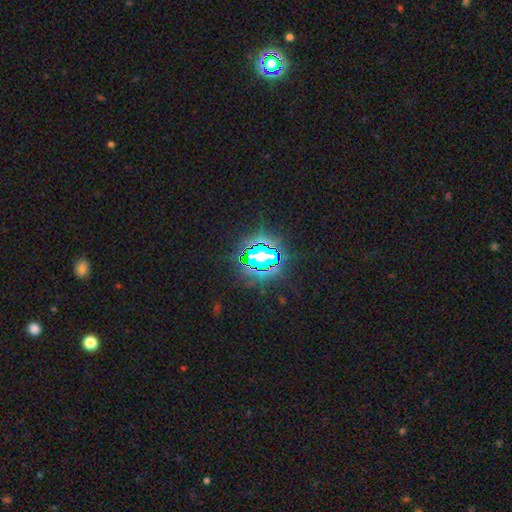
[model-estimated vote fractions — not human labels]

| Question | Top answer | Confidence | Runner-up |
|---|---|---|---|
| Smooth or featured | star or artifact | 77% | smooth (13%) |